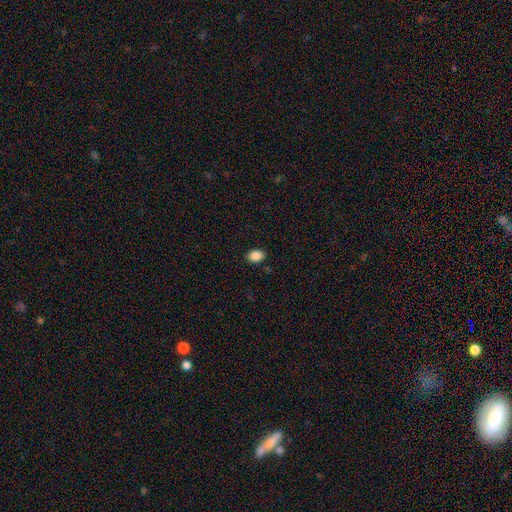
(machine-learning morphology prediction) Smooth or featured? Predicted: smooth (p=0.88). How rounded? Predicted: in between (p=0.73). Merging? Predicted: none (p=0.89).